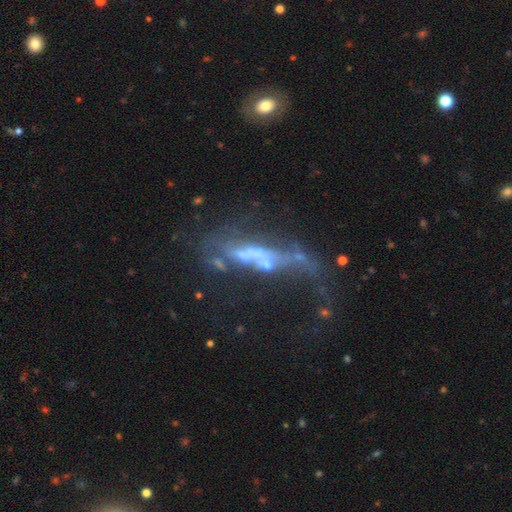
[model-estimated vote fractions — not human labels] Overall: featured or disk (63%). Edge-on disk: no (70%). Merging: major disturbance (42%; merger 27%).